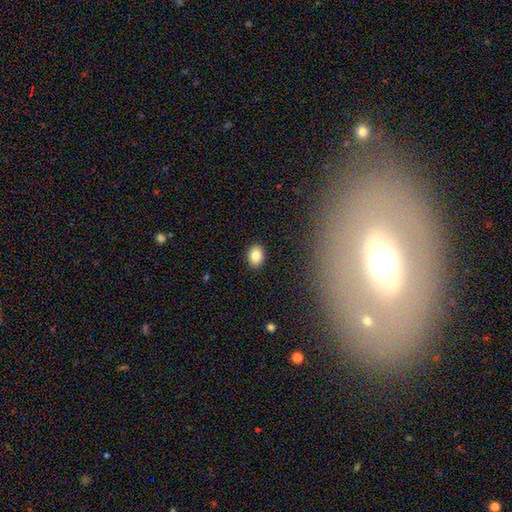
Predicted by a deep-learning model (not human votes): This appears to be a smooth galaxy with no disk features (84%) that is in between round and cigar-shaped (64%). Merging: none (90%).